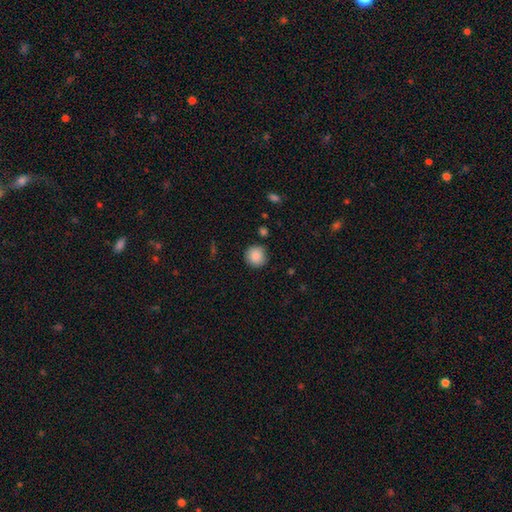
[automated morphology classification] Smooth or featured? smooth (87%)
How rounded? round (93%)
Merging? none (87%)